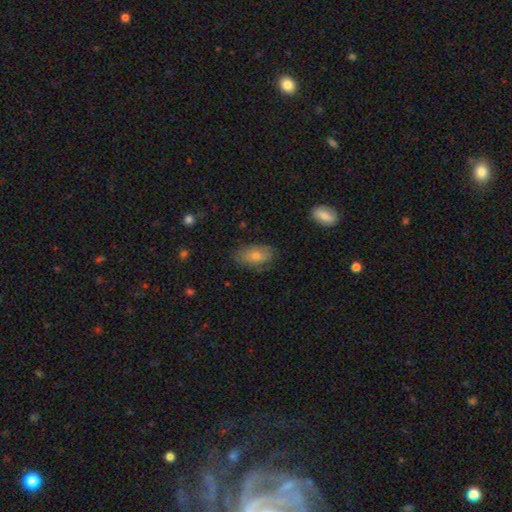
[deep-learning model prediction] Overall: smooth (70%). How rounded: in between (92%). Merging: none (71%).